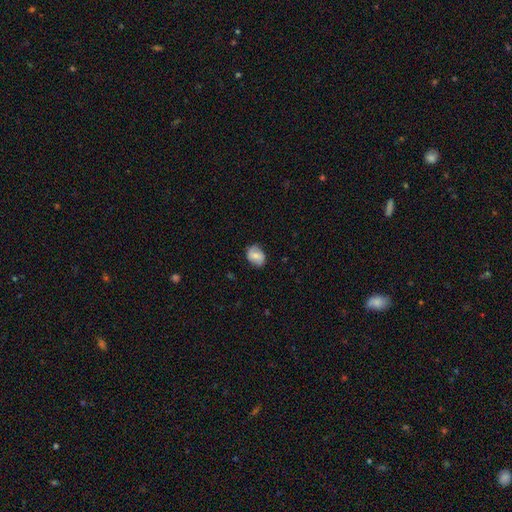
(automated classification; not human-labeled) This appears to be a smooth galaxy with no disk features (64%) that is in between round and cigar-shaped (60%). Merging: none (78%).